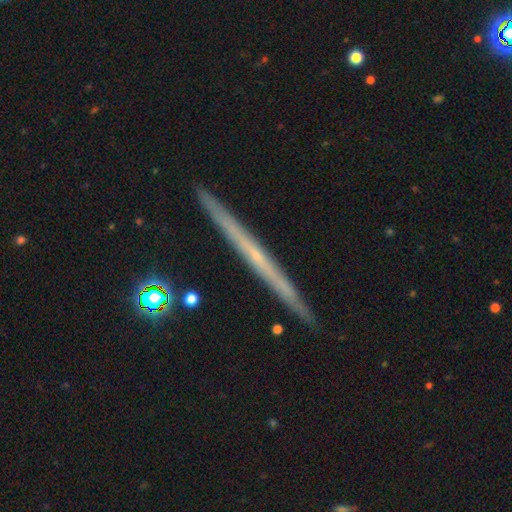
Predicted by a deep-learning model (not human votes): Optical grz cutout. It shows a featured or disk galaxy (68%) viewed edge-on (98%) with no central bulge (81%). Merging: none (92%).